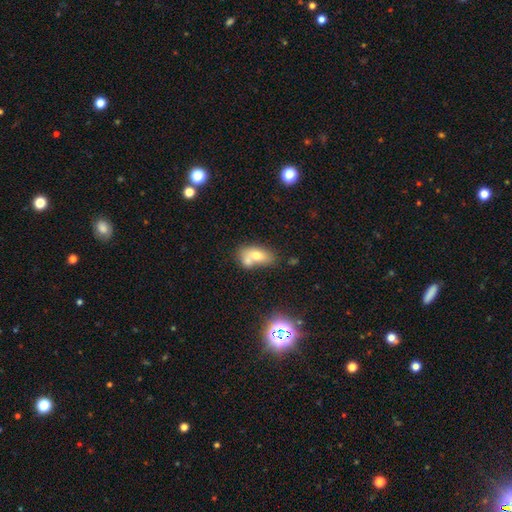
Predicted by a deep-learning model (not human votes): smooth_or_featured: smooth (p=0.69) [alt: featured or disk p=0.21]
how_rounded: in between (p=0.84) [alt: round p=0.12]
merging: merger (p=0.54) [alt: none p=0.28]